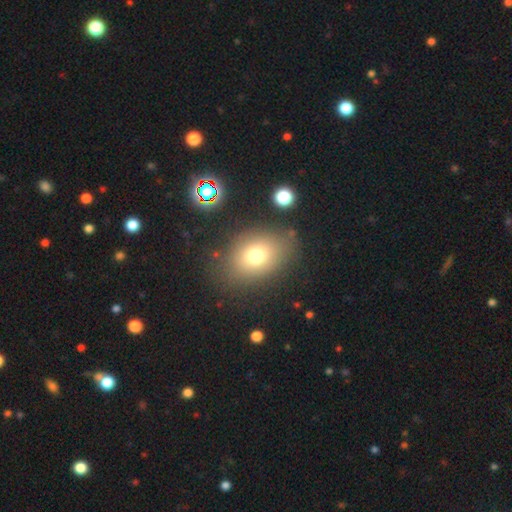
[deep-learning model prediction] Smooth or featured?
  - smooth: 73% *
  - star or artifact: 15%
  - featured or disk: 12%
How rounded?
  - in between: 63% *
  - round: 36%
  - cigar-shaped: 1%
Merging?
  - none: 78% *
  - minor disturbance: 13%
  - major disturbance: 6%
  - merger: 3%